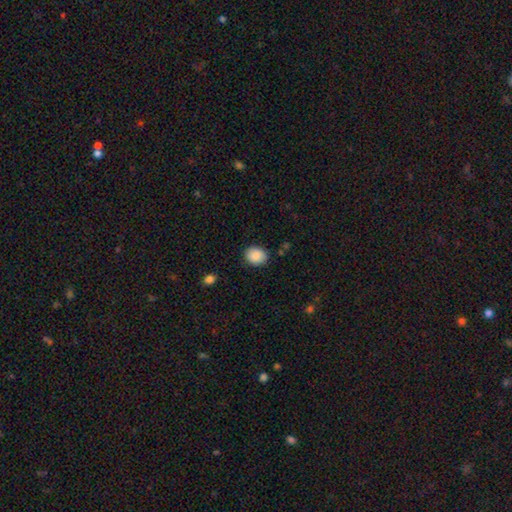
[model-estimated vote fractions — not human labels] A smooth galaxy with no disk features (88%) that is round (58%). Merging: none (86%).